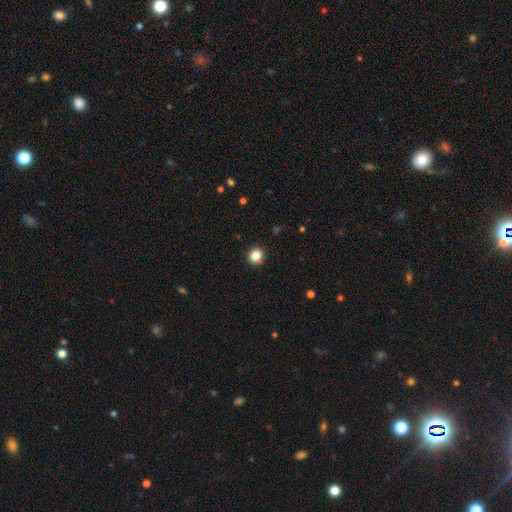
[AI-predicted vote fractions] Overall: smooth (85%). How rounded: round (91%). Merging: none (92%).